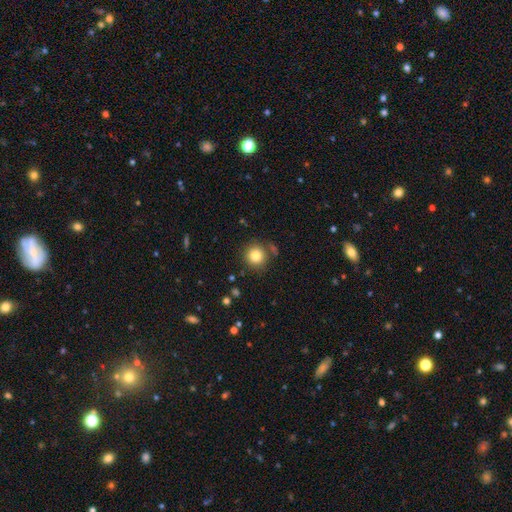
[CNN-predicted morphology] smooth_or_featured: smooth (p=0.82) [alt: star or artifact p=0.11]
how_rounded: round (p=0.94) [alt: in between p=0.05]
merging: none (p=0.82) [alt: minor disturbance p=0.09]